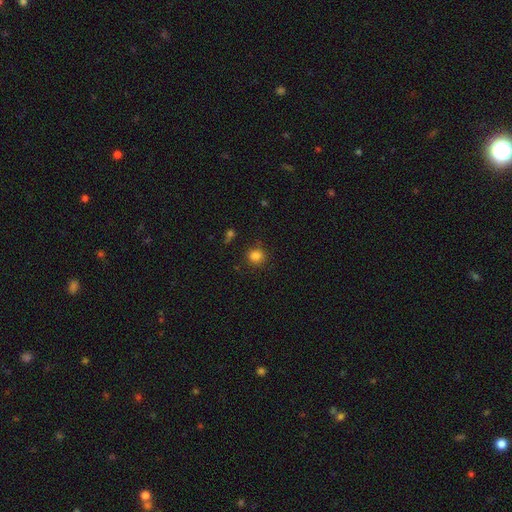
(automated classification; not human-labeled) smooth-or-featured: smooth: 83% | star or artifact: 12% | featured or disk: 4%
  how-rounded: round: 86% | in between: 13% | cigar-shaped: 1%
  merging: none: 84% | minor disturbance: 10% | major disturbance: 3% | merger: 3%